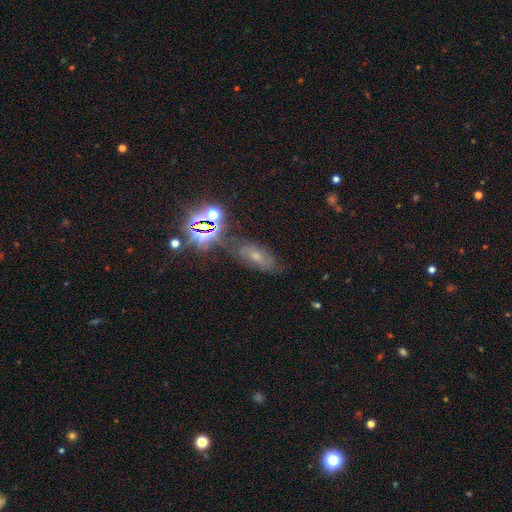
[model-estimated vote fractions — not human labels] A featured or disk galaxy (39%).

Vote fractions:
- Smooth or featured? featured or disk: 39% / star or artifact: 33% / smooth: 29%
- Merging? none: 66% / minor disturbance: 21% / major disturbance: 9% / merger: 4%